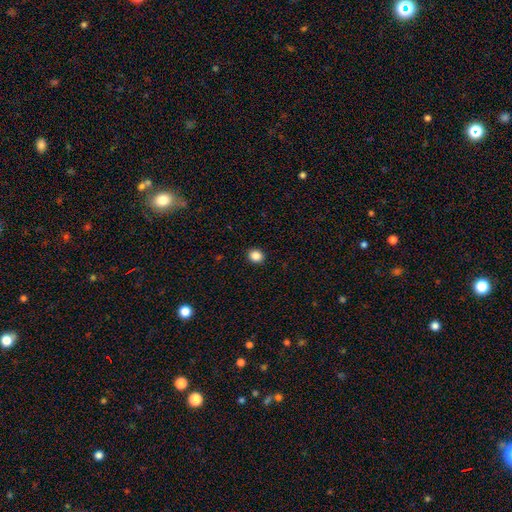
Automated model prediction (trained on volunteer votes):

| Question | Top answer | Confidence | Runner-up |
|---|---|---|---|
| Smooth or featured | smooth | 86% | star or artifact (10%) |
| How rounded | round | 74% | in between (25%) |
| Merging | none | 92% | minor disturbance (5%) |